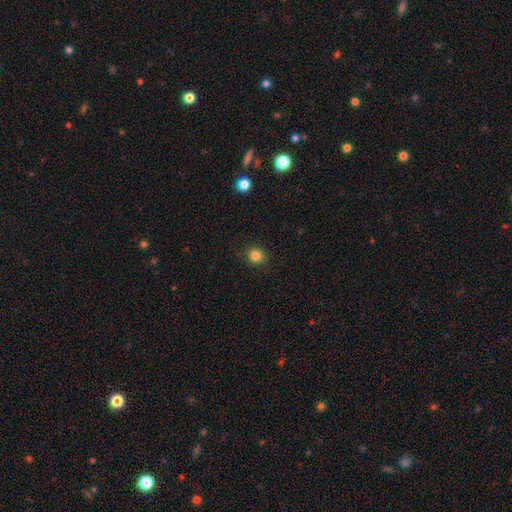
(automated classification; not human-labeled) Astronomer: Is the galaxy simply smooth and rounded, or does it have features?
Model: smooth — 83%.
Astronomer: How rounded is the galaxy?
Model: round — 87%.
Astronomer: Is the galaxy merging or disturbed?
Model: none — 91%.